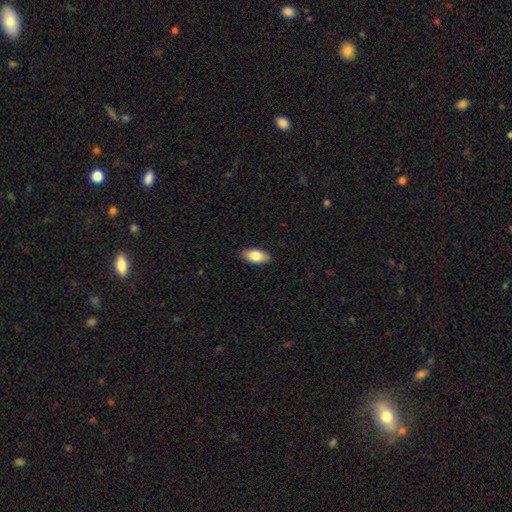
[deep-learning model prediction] Smooth or featured? Predicted: smooth (p=0.84). How rounded? Predicted: in between (p=0.92). Merging? Predicted: none (p=0.89).